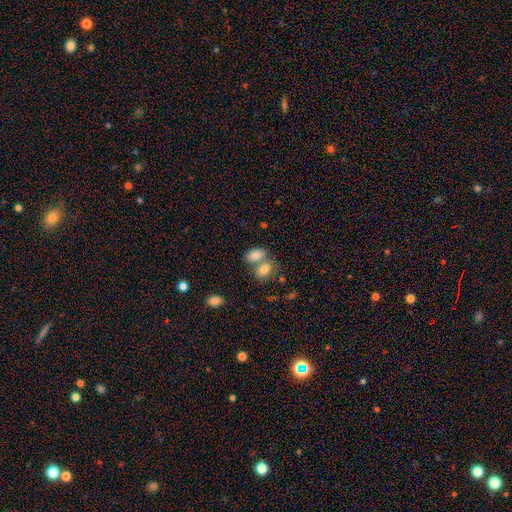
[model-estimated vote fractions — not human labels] A smooth galaxy with no disk features (82%) that is in between round and cigar-shaped (90%). Merging: merger (54%).